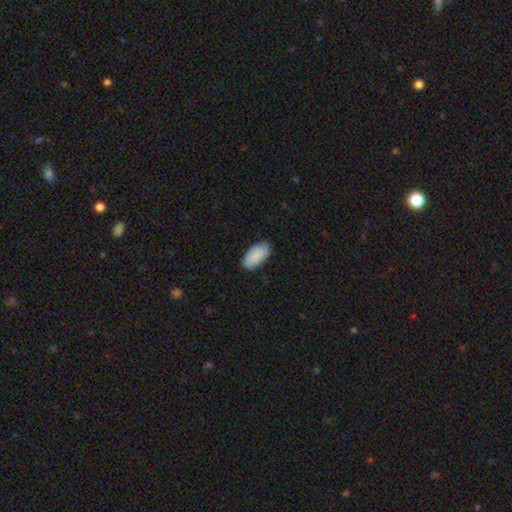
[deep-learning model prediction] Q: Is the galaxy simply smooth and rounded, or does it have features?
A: smooth — 89%.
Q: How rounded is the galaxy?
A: in between — 95%.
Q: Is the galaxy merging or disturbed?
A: none — 85%.